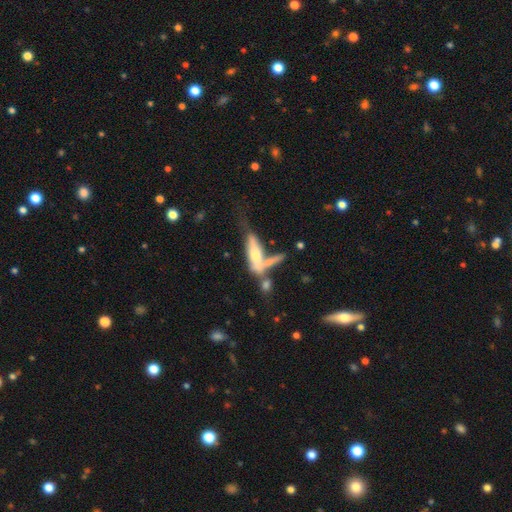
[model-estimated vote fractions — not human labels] Smooth or featured: smooth — 48% (featured or disk — 44%)
Merging: merger — 42% (none — 25%)